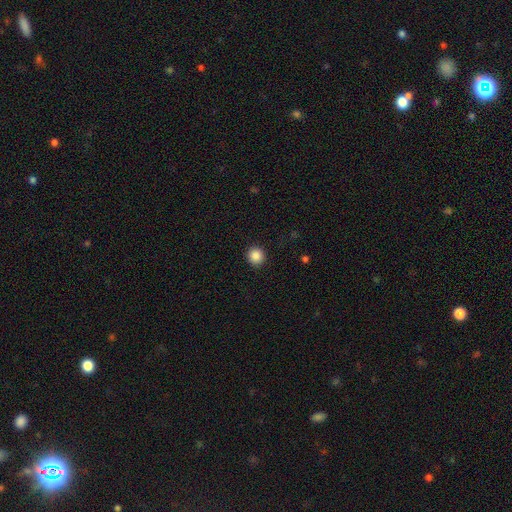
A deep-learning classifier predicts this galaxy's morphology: A smooth galaxy with no disk features (88%) that is round (91%).

Vote fractions:
- Smooth or featured? smooth: 88% / star or artifact: 10% / featured or disk: 3%
- How rounded? round: 91% / in between: 8% / cigar-shaped: 1%
- Merging? none: 92% / minor disturbance: 5% / major disturbance: 2% / merger: 1%